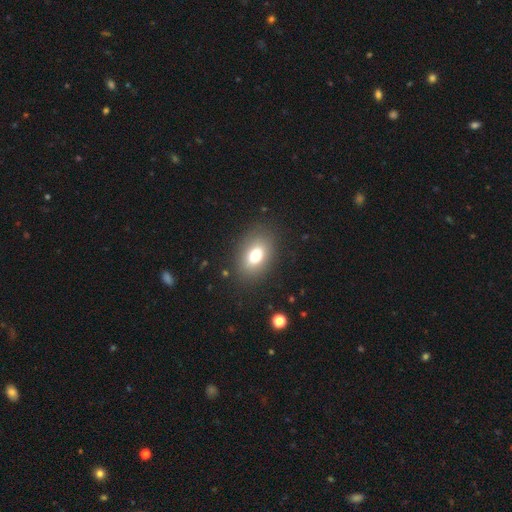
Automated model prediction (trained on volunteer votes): This is likely a smooth galaxy (74%). How rounded: likely in between (80%). Merging: clearly none (85%).